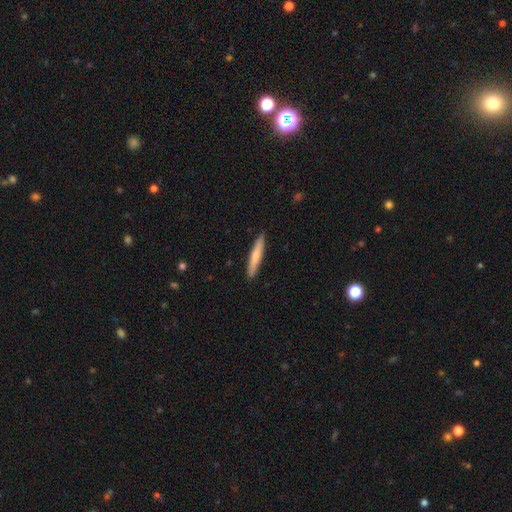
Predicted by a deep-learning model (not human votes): smooth-or-featured: smooth: 72% | featured or disk: 23% | star or artifact: 5%
  how-rounded: cigar-shaped: 94% | in between: 5% | round: 1%
  merging: none: 91% | minor disturbance: 7% | major disturbance: 1% | merger: 1%